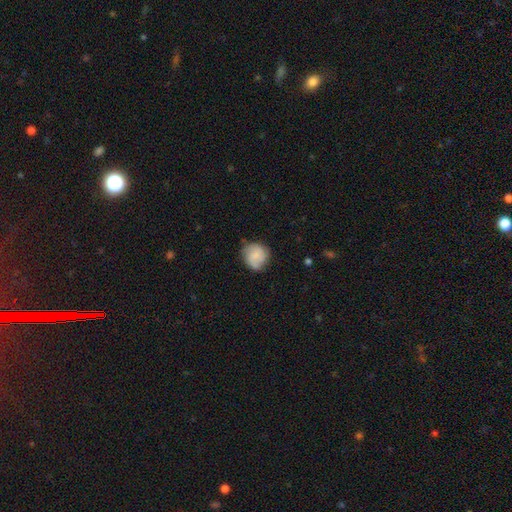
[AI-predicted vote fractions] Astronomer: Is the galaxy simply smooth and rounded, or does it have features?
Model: smooth — 64%.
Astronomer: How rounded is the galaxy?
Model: round — 84%.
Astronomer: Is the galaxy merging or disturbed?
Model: none — 68%.